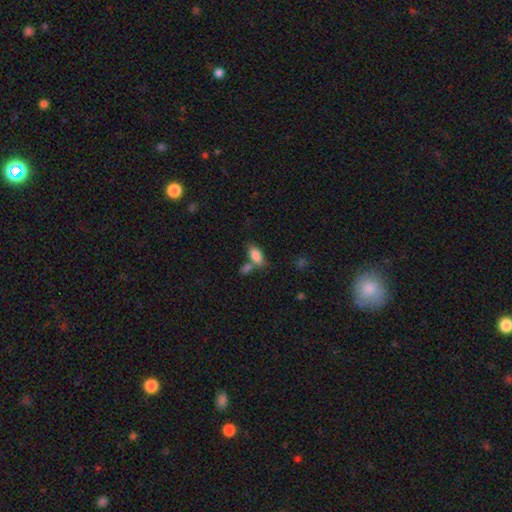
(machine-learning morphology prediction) A smooth galaxy with no disk features (85%) that is in between round and cigar-shaped (89%).

Vote fractions:
- Smooth or featured? smooth: 85% / star or artifact: 8% / featured or disk: 8%
- How rounded? in between: 89% / cigar-shaped: 8% / round: 4%
- Merging? none: 52% / merger: 28% / minor disturbance: 14% / major disturbance: 5%